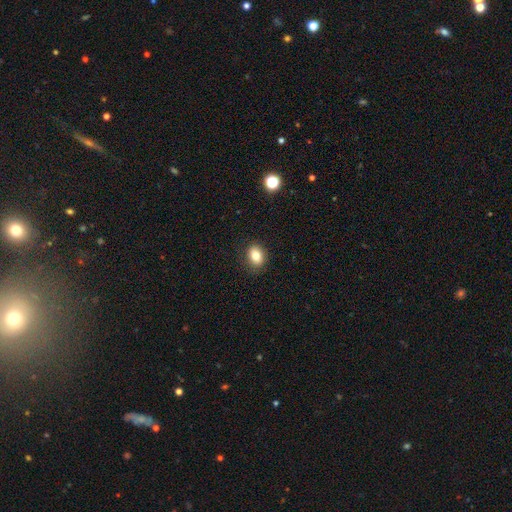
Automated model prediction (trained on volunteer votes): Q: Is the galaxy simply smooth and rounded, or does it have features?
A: smooth — 82%.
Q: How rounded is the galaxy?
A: in between — 72%.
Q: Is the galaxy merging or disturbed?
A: none — 86%.